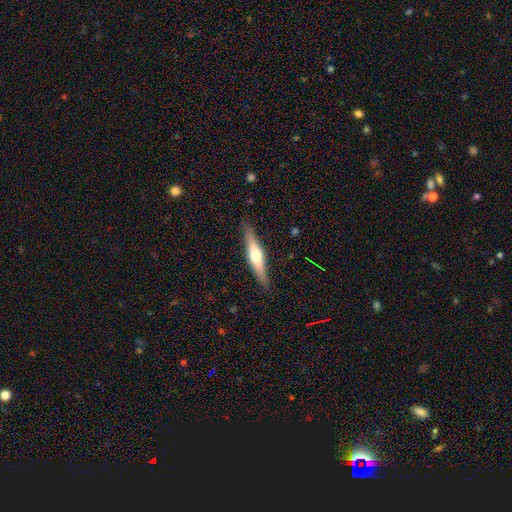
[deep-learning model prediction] A featured or disk galaxy (60%) viewed edge-on (95%) with a rounded central bulge (92%).

Vote fractions:
- Smooth or featured? featured or disk: 60% / smooth: 35% / star or artifact: 6%
- Edge-on disk? yes: 95% / no: 5%
- Edge-on bulge? rounded: 92% / none: 5% / boxy: 4%
- Merging? none: 89% / minor disturbance: 8% / major disturbance: 2% / merger: 1%